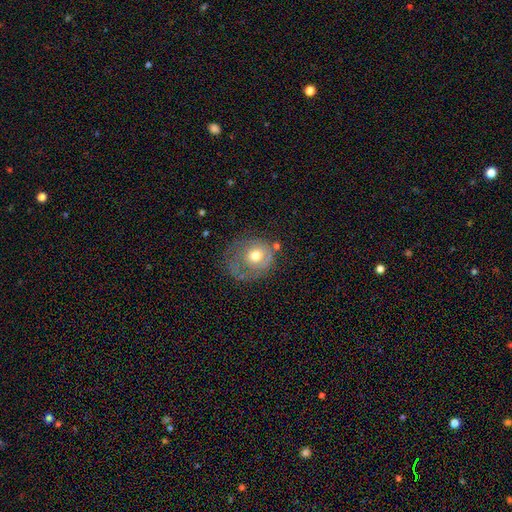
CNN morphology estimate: Q: Smooth or featured?
A: smooth (49%); runner-up: featured or disk (43%)
Q: Merging?
A: none (37%); runner-up: major disturbance (30%)